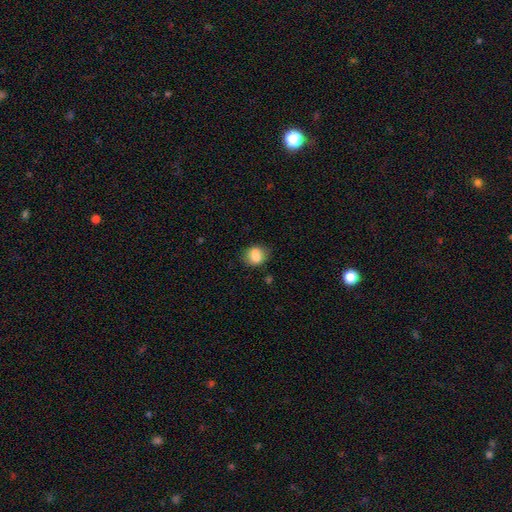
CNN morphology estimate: A smooth galaxy with no disk features (79%) that is round (67%). Merging: none (61%).